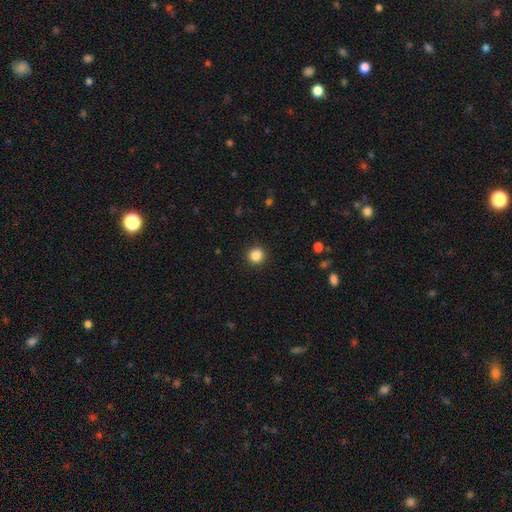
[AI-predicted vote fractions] Smooth or featured? smooth (86%)
How rounded? round (94%)
Merging? none (92%)